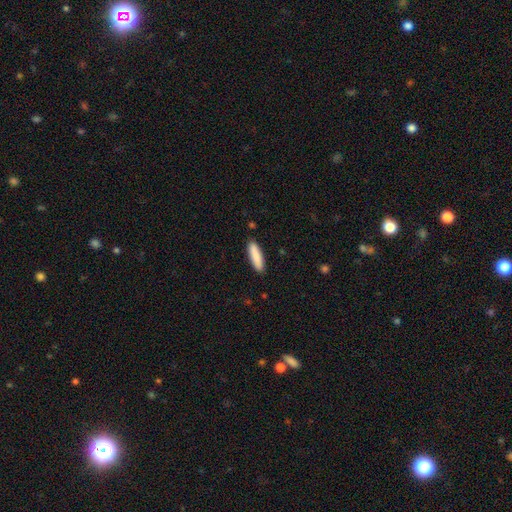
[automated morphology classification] This appears to be a smooth galaxy with no disk features (88%) that is cigar-shaped (67%). Merging: none (90%).